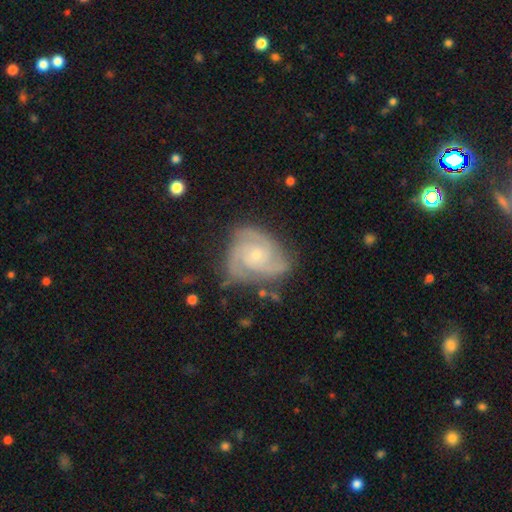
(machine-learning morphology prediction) A featured or disk galaxy (87%) with no bar (72%), 3 (57%) tight (54%) spiral arms (98%) and a small central bulge (68%). Merging: none (67%).